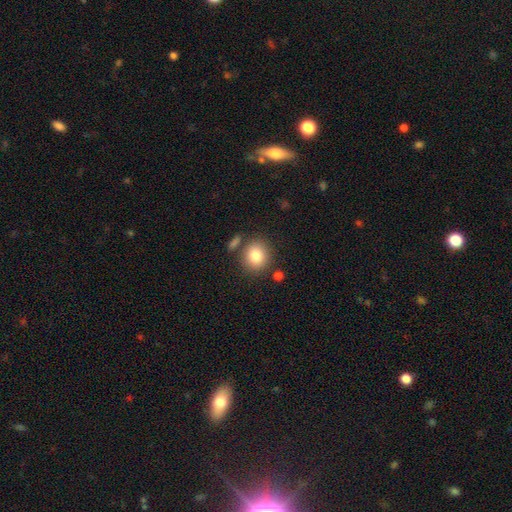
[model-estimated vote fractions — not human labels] Morphology: type=smooth (84%); roundness=round (73%); merging=none (77%).